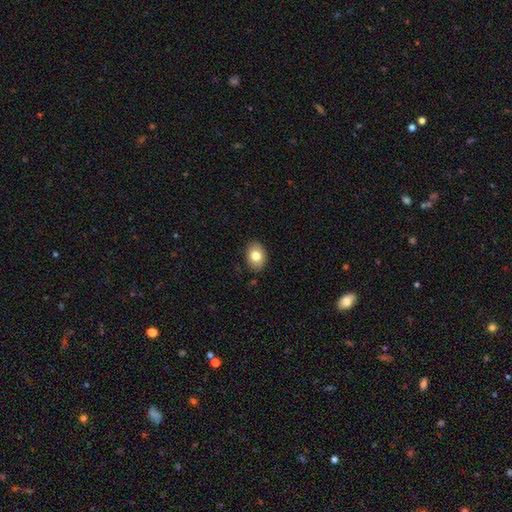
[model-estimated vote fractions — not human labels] A smooth galaxy with no disk features (80%) that is in between round and cigar-shaped (71%). Merging: none (87%).